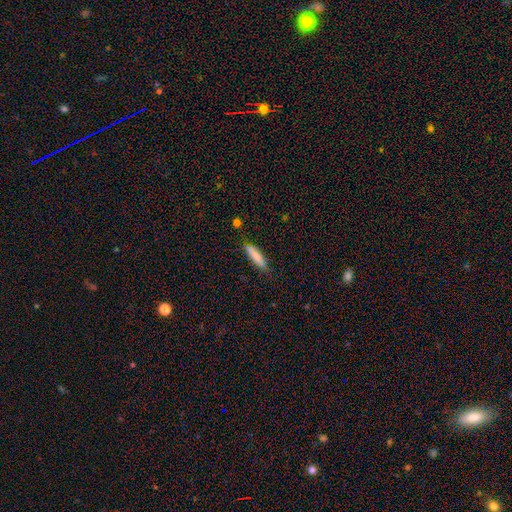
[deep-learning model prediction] This appears to be a smooth galaxy with no disk features (81%) that is cigar-shaped (82%). Merging: none (81%).